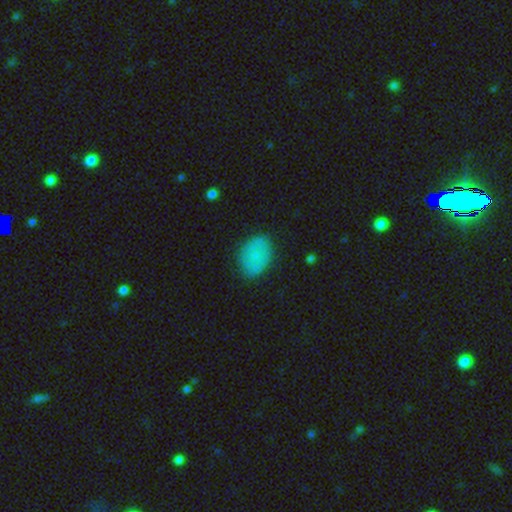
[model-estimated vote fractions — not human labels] The model was most divided on "how rounded": in between: 79%, round: 19%, cigar-shaped: 1%. More confident: merging — none (79%); smooth or featured — smooth (77%).